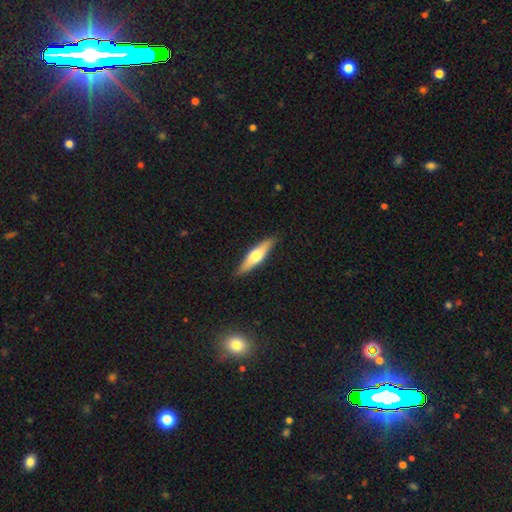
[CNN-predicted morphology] smooth_or_featured: smooth (p=0.51) [alt: featured or disk p=0.44]
how_rounded: cigar-shaped (p=0.74) [alt: in between p=0.25]
merging: none (p=0.88) [alt: minor disturbance p=0.09]